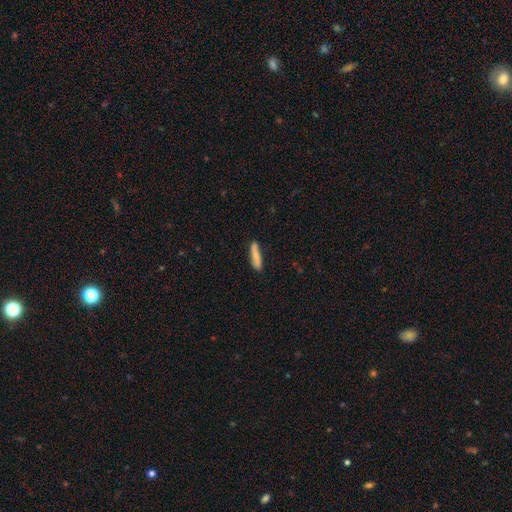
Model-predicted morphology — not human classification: Smooth or featured? Predicted: smooth (p=0.76). How rounded? Predicted: cigar-shaped (p=0.81). Merging? Predicted: none (p=0.81).